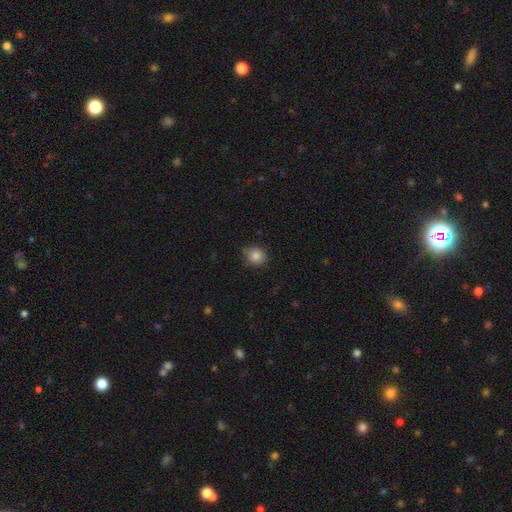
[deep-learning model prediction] Smooth or featured?
  - smooth: 85% *
  - star or artifact: 10%
  - featured or disk: 5%
How rounded?
  - round: 82% *
  - in between: 17%
  - cigar-shaped: 1%
Merging?
  - none: 77% *
  - minor disturbance: 18%
  - major disturbance: 3%
  - merger: 1%